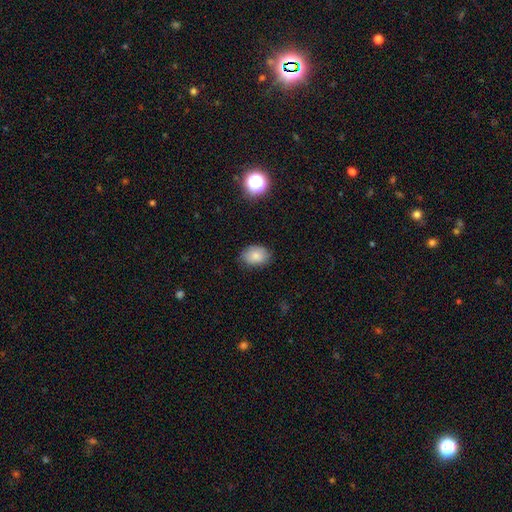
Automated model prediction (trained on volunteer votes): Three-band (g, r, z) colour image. It shows a smooth galaxy with no disk features (82%) that is in between round and cigar-shaped (76%). Merging: none (80%).